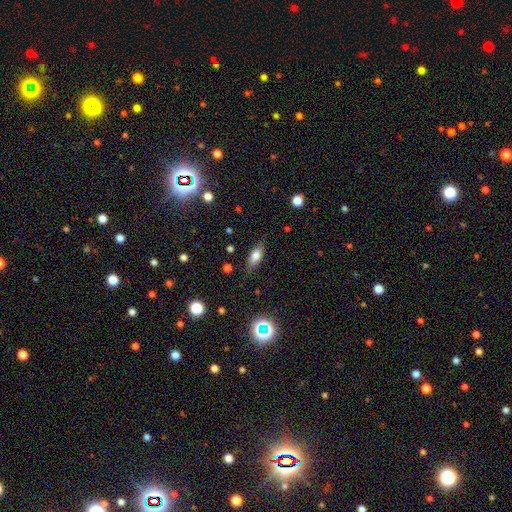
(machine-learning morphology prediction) This is likely a smooth galaxy (70%). How rounded: likely in between (75%). Merging: likely none (79%).